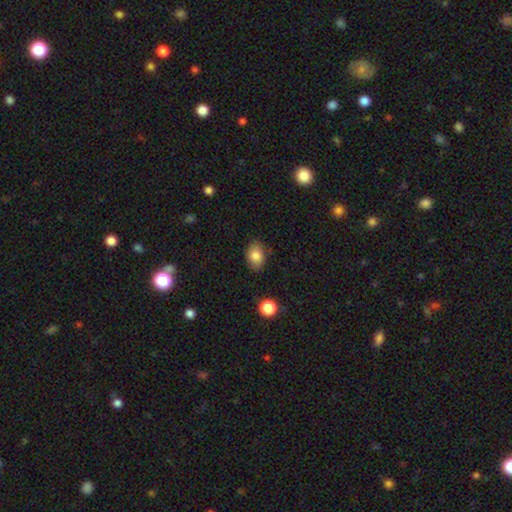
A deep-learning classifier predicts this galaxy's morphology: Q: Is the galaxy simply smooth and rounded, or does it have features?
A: smooth — 83%.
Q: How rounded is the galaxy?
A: in between — 77%.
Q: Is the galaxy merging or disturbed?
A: none — 82%.